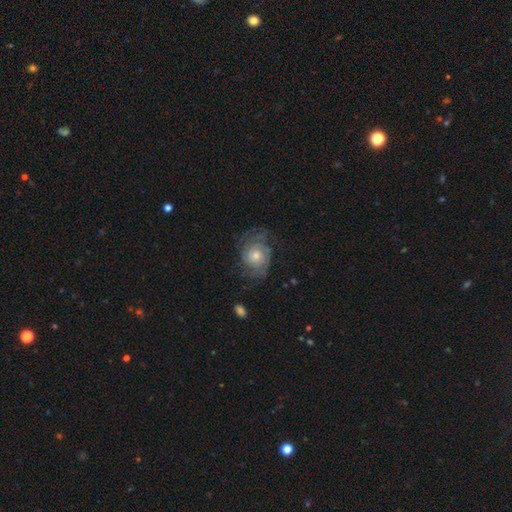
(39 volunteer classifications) Overall: featured or disk (87%). Edge-on disk: no (94%). Bar: no (69%). Spiral arms: yes (94%). Spiral arm count: 2 (47%; can't tell 27%). Spiral winding: tight (67%). Bulge size: moderate (56%; small 41%). Merging: none (55%; major disturbance 26%).